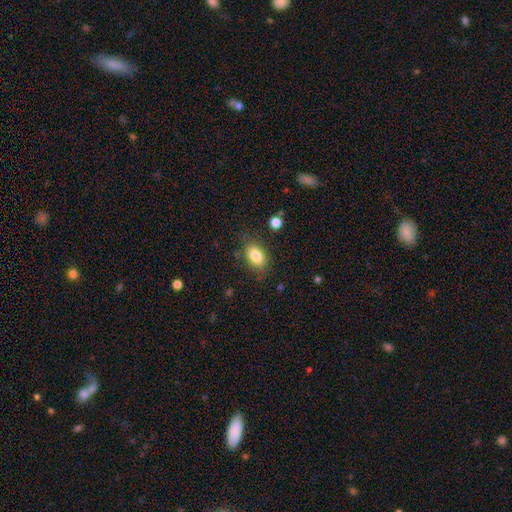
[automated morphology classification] Q: Smooth or featured?
A: smooth (84%); runner-up: star or artifact (8%)
Q: How rounded?
A: in between (88%); runner-up: round (9%)
Q: Merging?
A: none (80%); runner-up: minor disturbance (14%)